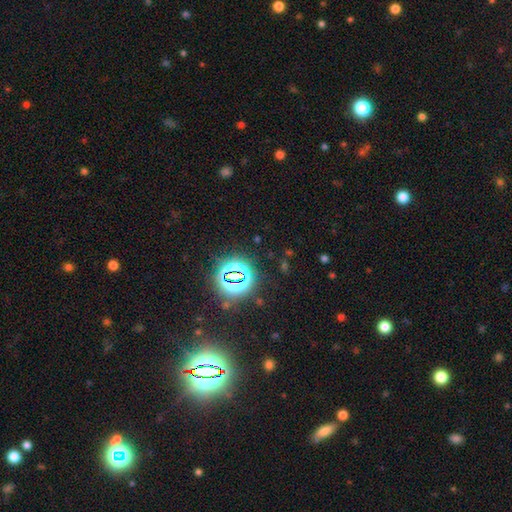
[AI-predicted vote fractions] The model was most divided on "smooth or featured": star or artifact: 81%, smooth: 11%, featured or disk: 7%.